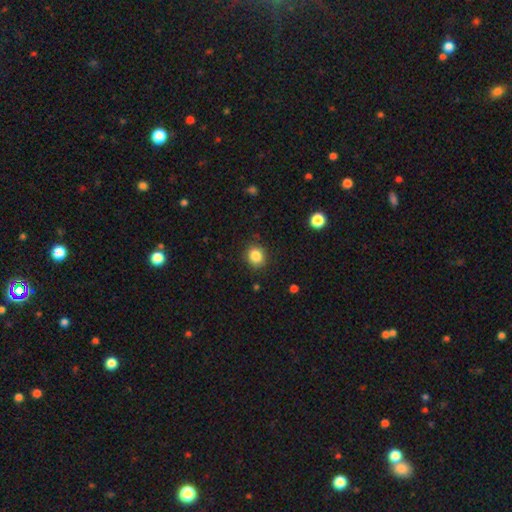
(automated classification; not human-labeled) Smooth or featured? smooth (85%)
How rounded? round (82%)
Merging? none (89%)